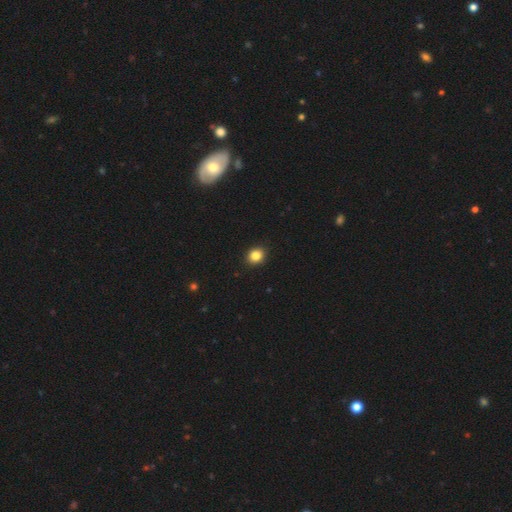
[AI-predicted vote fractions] Smooth or featured? smooth (85%)
How rounded? round (68%)
Merging? none (92%)